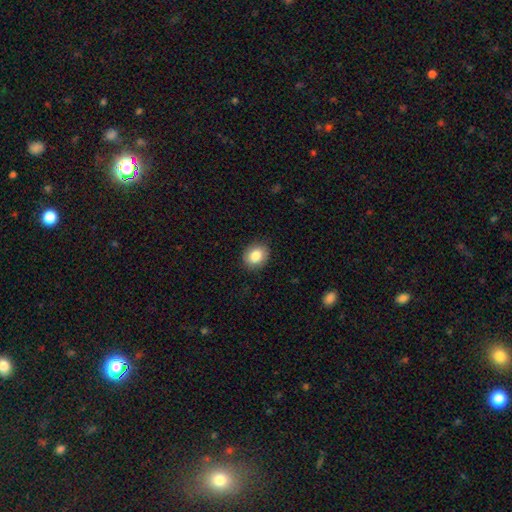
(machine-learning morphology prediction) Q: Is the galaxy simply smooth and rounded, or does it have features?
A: smooth — 85%.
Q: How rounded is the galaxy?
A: round — 51%.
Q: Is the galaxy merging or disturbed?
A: none — 87%.